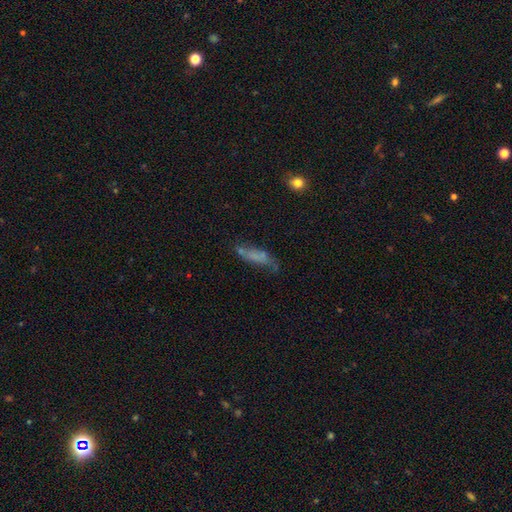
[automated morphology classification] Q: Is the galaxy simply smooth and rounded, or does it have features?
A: smooth — 54%.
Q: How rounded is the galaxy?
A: cigar-shaped — 63%.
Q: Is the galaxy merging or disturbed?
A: none — 49%.